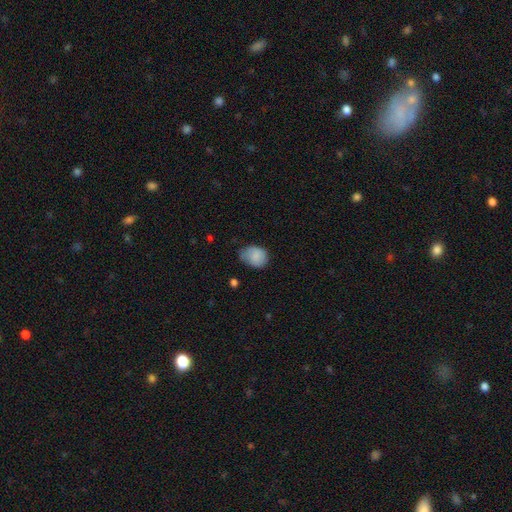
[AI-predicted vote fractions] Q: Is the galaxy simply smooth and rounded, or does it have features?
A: smooth — 81%.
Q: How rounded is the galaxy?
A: in between — 52%.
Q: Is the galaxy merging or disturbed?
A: none — 49%.